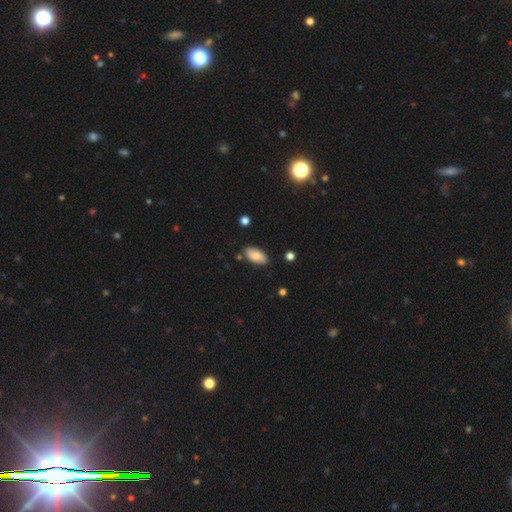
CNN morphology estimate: The model was most divided on "merging": none: 82%, minor disturbance: 14%, merger: 2%, major disturbance: 2%. More confident: how rounded — in between (93%); smooth or featured — smooth (83%).